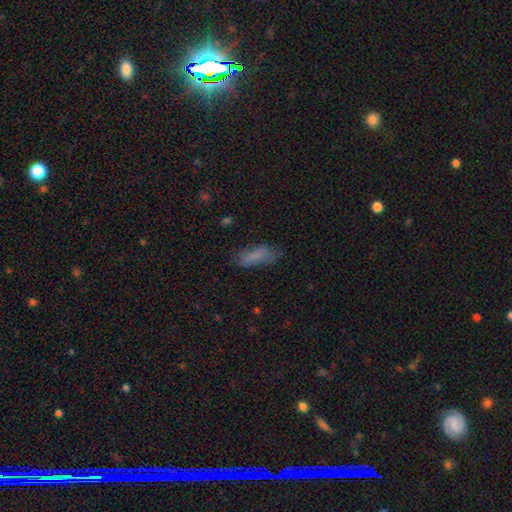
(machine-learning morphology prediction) smooth-or-featured: smooth: 74% | featured or disk: 15% | star or artifact: 11%
  how-rounded: in between: 65% | cigar-shaped: 33% | round: 2%
  merging: none: 61% | minor disturbance: 26% | major disturbance: 11% | merger: 3%